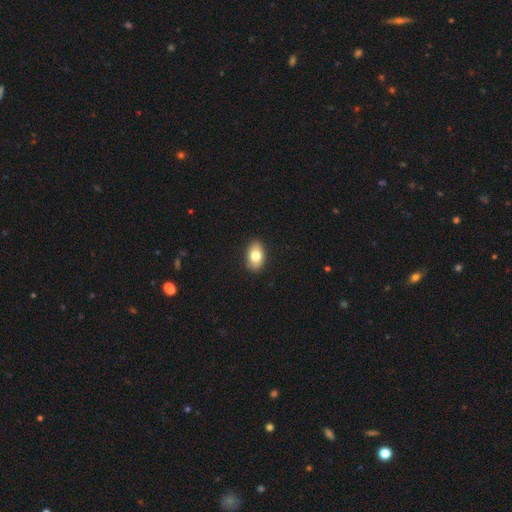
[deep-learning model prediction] smooth_or_featured: smooth (p=0.78) [alt: featured or disk p=0.14]
how_rounded: in between (p=0.90) [alt: round p=0.09]
merging: none (p=0.90) [alt: minor disturbance p=0.08]